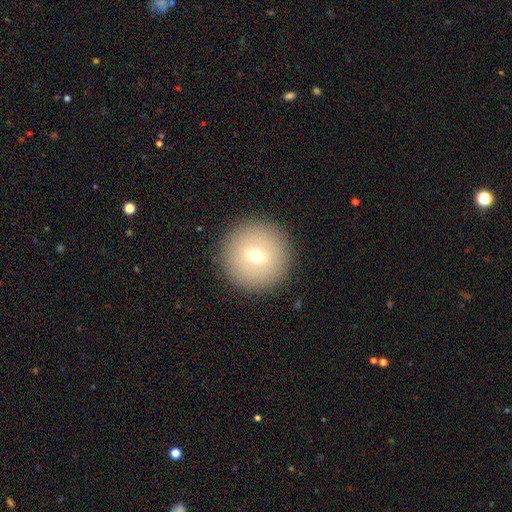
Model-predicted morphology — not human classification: smooth_or_featured: smooth (p=0.65) [alt: featured or disk p=0.23]
how_rounded: round (p=0.96) [alt: in between p=0.03]
merging: none (p=0.91) [alt: minor disturbance p=0.05]